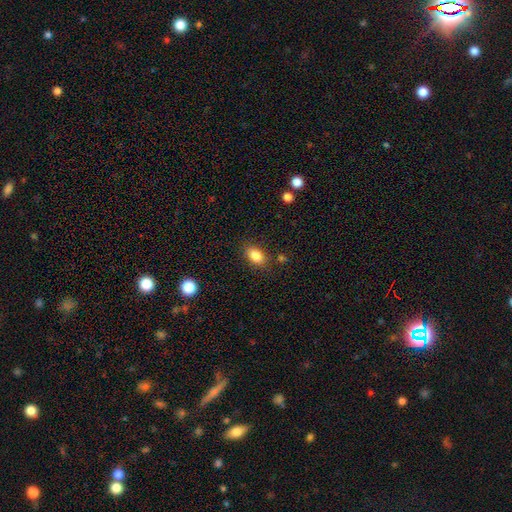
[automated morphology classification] Smooth or featured? smooth (85%)
How rounded? in between (85%)
Merging? none (82%)